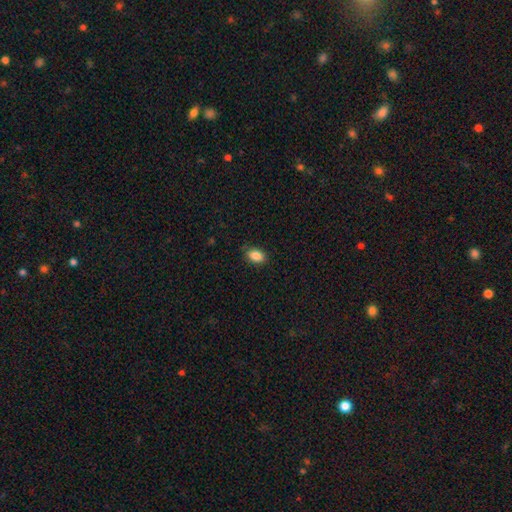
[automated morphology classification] Smooth or featured: smooth — 87% (star or artifact — 9%)
How rounded: in between — 85% (round — 13%)
Merging: none — 84% (minor disturbance — 12%)